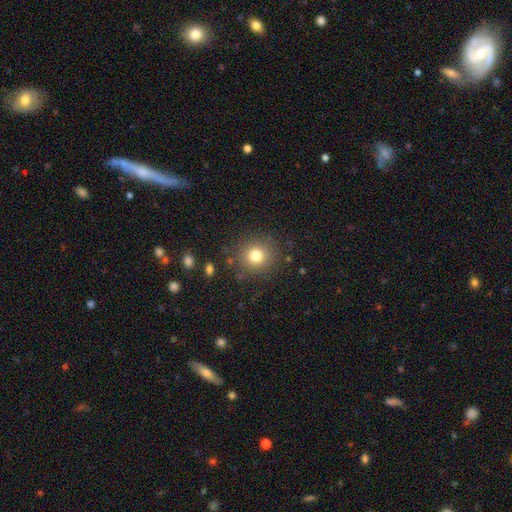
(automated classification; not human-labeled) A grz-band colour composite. It shows a smooth galaxy with no disk features (79%) that is round (90%). Merging: none (86%).